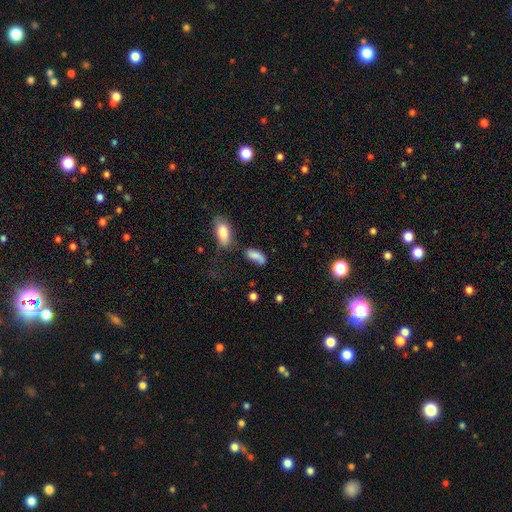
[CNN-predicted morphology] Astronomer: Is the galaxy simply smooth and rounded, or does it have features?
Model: smooth — 76%.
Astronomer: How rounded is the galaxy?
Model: in between — 85%.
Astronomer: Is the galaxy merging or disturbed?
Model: none — 42% (runner-up: minor disturbance, 27%).